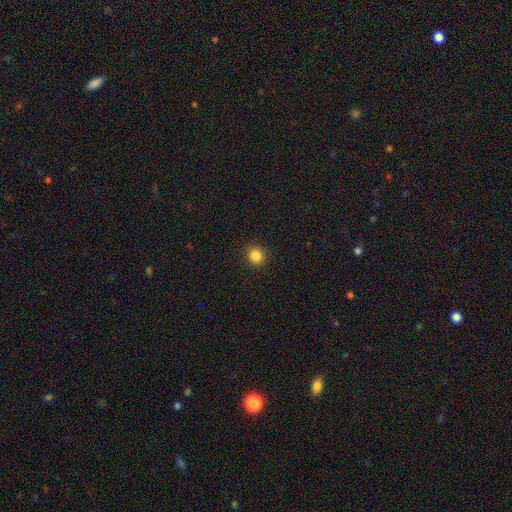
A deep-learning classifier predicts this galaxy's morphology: type=smooth (85%); roundness=round (91%); merging=none (92%).